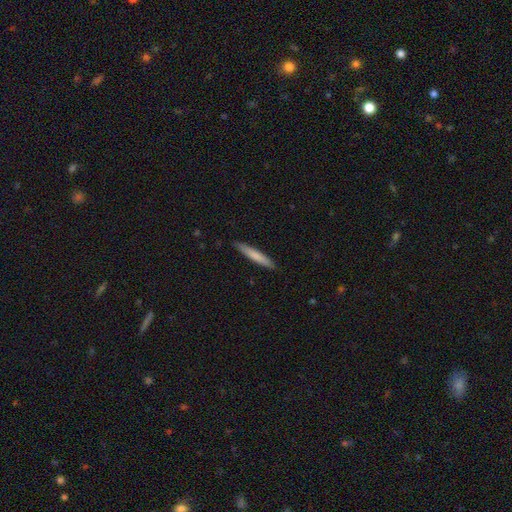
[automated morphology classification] A smooth galaxy with no disk features (75%) that is cigar-shaped (94%).

Vote fractions:
- Smooth or featured? smooth: 75% / featured or disk: 20% / star or artifact: 5%
- How rounded? cigar-shaped: 94% / in between: 5% / round: 1%
- Merging? none: 89% / minor disturbance: 8% / major disturbance: 1% / merger: 1%